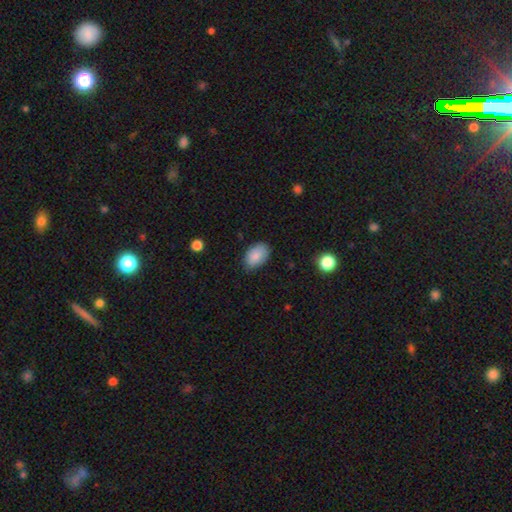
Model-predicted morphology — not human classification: Smooth or featured?
  - smooth: 87% *
  - star or artifact: 7%
  - featured or disk: 6%
How rounded?
  - in between: 91% *
  - round: 8%
  - cigar-shaped: 1%
Merging?
  - none: 80% *
  - minor disturbance: 16%
  - major disturbance: 3%
  - merger: 1%